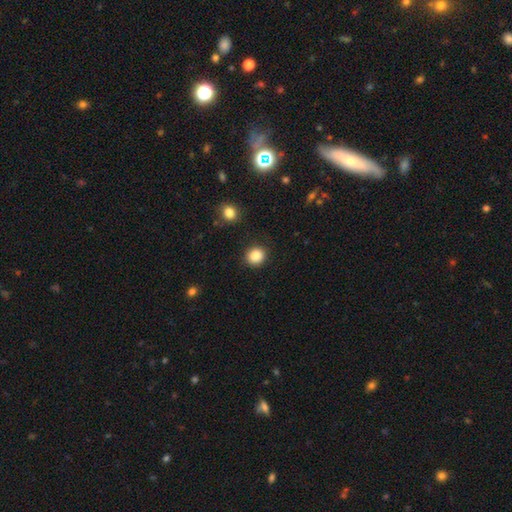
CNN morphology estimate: Smooth or featured? Predicted: smooth (p=0.87). How rounded? Predicted: round (p=0.87). Merging? Predicted: none (p=0.90).